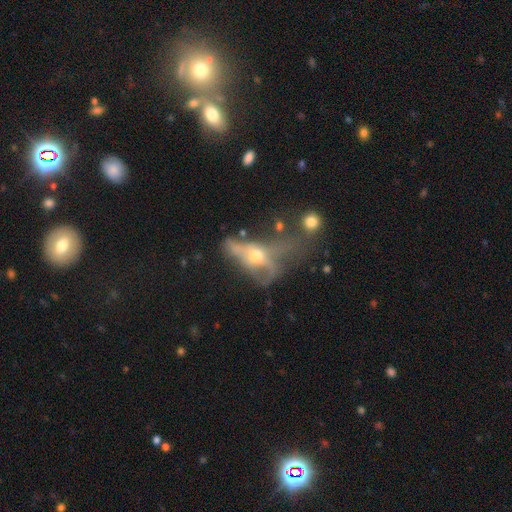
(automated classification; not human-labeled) Morphology: type=featured or disk (56%); edge-on=no (73%); merging=major disturbance (44%).